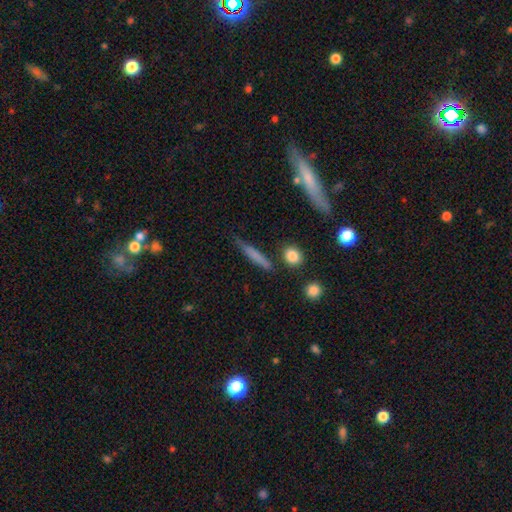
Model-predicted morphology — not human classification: A smooth galaxy with no disk features (65%) that is cigar-shaped (89%). Merging: none (77%).